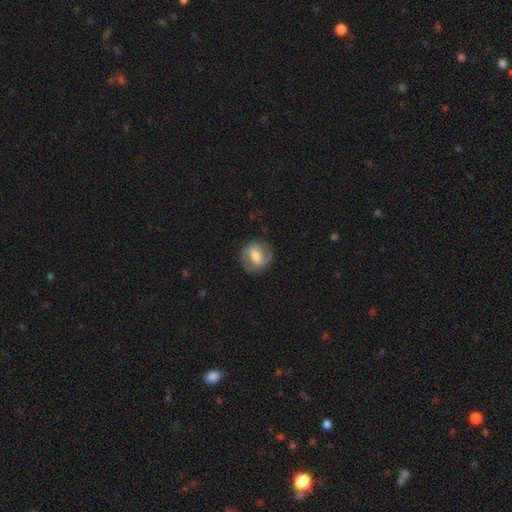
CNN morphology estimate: Overall: featured or disk (60%; smooth 33%). Edge-on disk: no (96%). Bar: weak (43%; strong 36%). Spiral arms: yes (81%). Bulge size: moderate (52%; small 23%). Merging: none (81%).